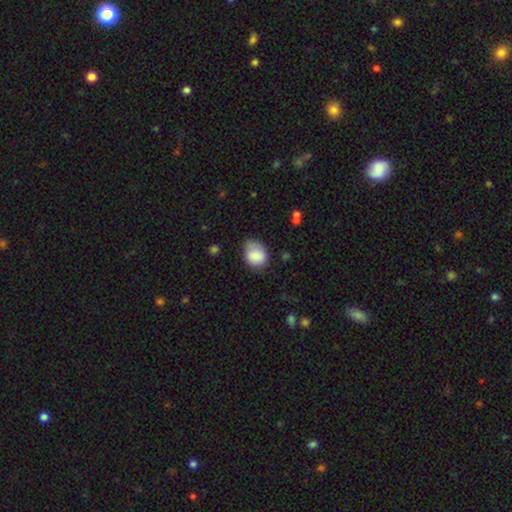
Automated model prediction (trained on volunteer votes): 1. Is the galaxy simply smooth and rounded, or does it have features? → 80% smooth, 12% featured or disk, 8% star or artifact.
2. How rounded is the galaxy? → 54% in between, 45% round, 1% cigar-shaped.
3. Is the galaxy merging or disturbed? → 53% none, 34% minor disturbance, 10% major disturbance, 3% merger.